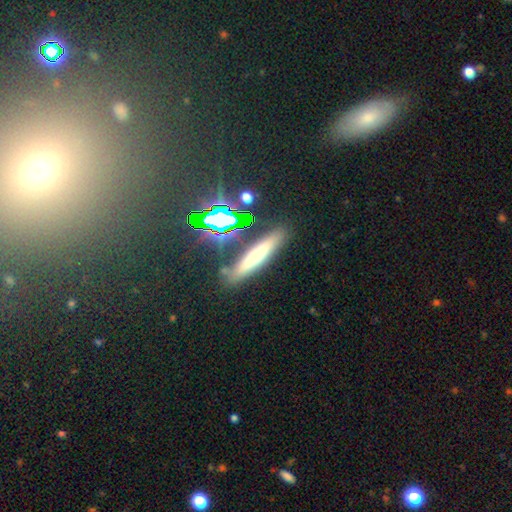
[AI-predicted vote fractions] A smooth galaxy with no disk features (52%) that is cigar-shaped (83%).

Vote fractions:
- Smooth or featured? smooth: 52% / featured or disk: 28% / star or artifact: 20%
- How rounded? cigar-shaped: 83% / in between: 13% / round: 3%
- Merging? none: 83% / minor disturbance: 10% / merger: 4% / major disturbance: 3%